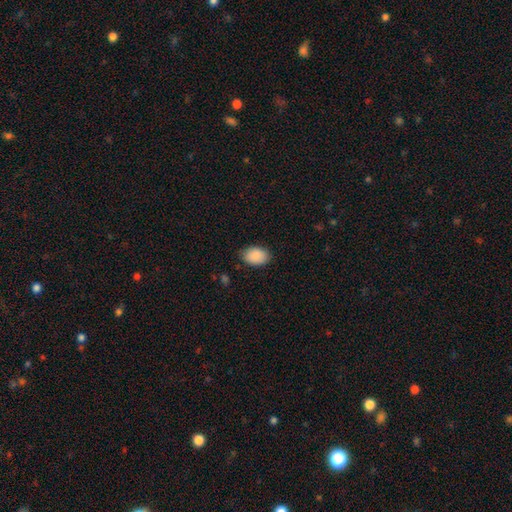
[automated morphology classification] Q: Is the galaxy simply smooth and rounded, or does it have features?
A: smooth — 90%.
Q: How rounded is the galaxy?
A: in between — 87%.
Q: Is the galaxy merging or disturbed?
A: none — 83%.